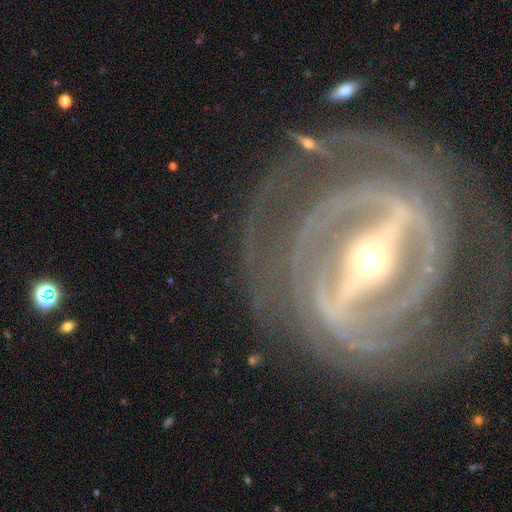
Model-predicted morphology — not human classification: smooth-or-featured: featured or disk: 92% | star or artifact: 5% | smooth: 3%
  disk-edge-on: no: 92% | yes: 8%
    bar: strong: 85% | weak: 10% | no: 5%
    has-spiral-arms: yes: 92% | no: 8%
      spiral-winding: tight: 70% | medium: 24% | loose: 7%
      spiral-arm-count: 2: 29% | can't tell: 23% | 3: 17% | 4: 13% | more than 4: 9% | 1: 8%
    bulge-size: moderate: 47% (tied) | small: 47% (tied) | large: 4% | dominant: 1% | none: 1%
  merging: none: 77% | minor disturbance: 12% | major disturbance: 9% | merger: 2%